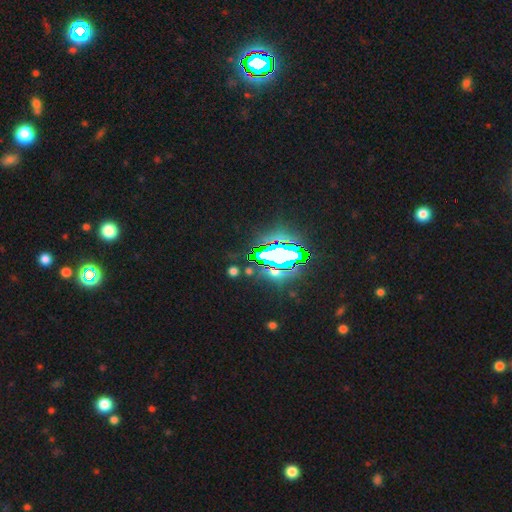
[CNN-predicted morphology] smooth-or-featured: star or artifact: 78% | featured or disk: 11% | smooth: 11%